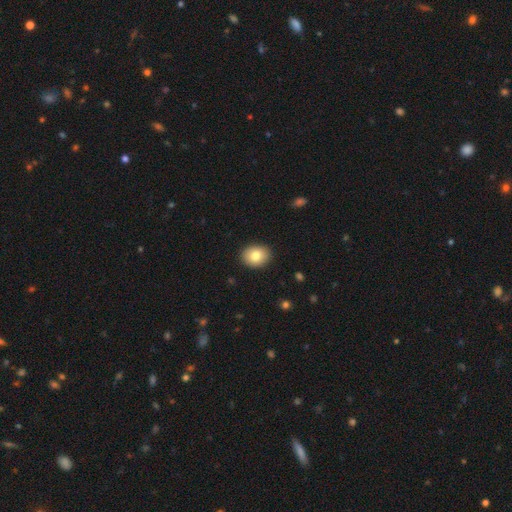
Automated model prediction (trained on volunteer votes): A smooth galaxy with no disk features (80%) that is in between round and cigar-shaped (52%). Merging: none (90%).